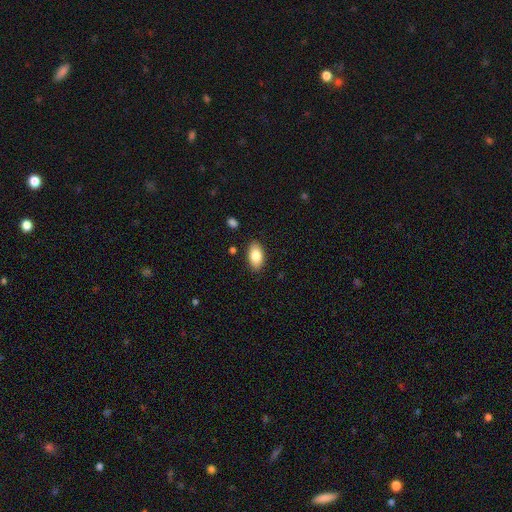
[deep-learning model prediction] Morphology: type=smooth (84%); roundness=in between (93%); merging=none (86%).